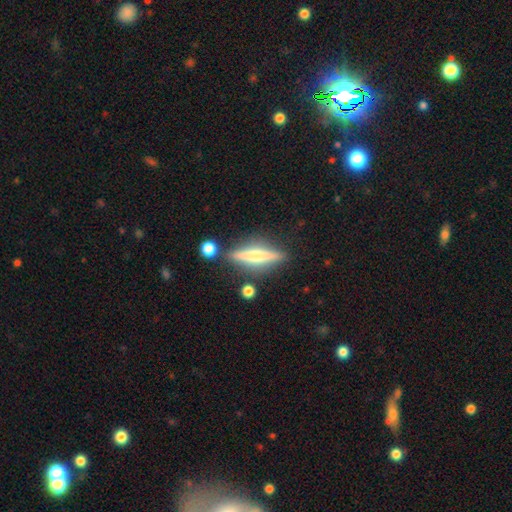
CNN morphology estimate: The model was most divided on "smooth or featured": featured or disk: 60%, smooth: 33%, star or artifact: 7%. More confident: edge-on disk — yes (94%); merging — none (82%); edge-on bulge — rounded (66%).